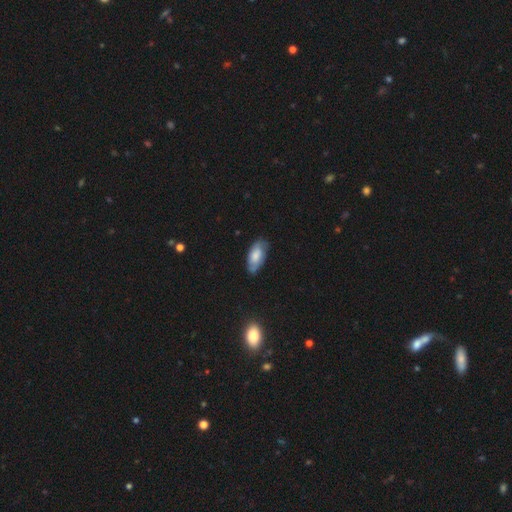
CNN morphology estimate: smooth-or-featured: smooth: 51% | featured or disk: 42% | star or artifact: 7%
  how-rounded: in between: 90% | cigar-shaped: 7% | round: 3%
  merging: none: 72% | minor disturbance: 22% | major disturbance: 5% | merger: 2%